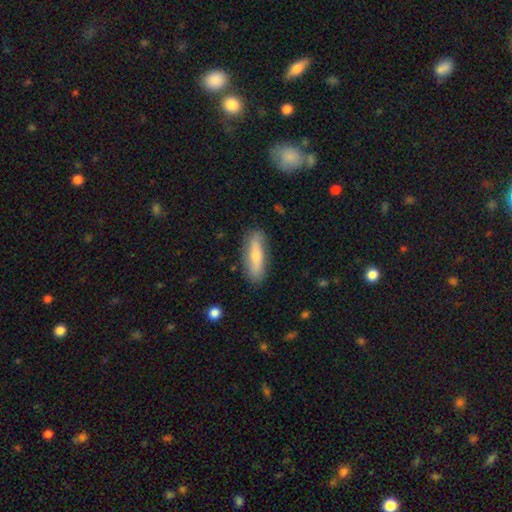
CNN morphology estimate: The model was most divided on "how rounded": cigar-shaped: 52%, in between: 46%, round: 2%. More confident: merging — none (81%); smooth or featured — smooth (62%).